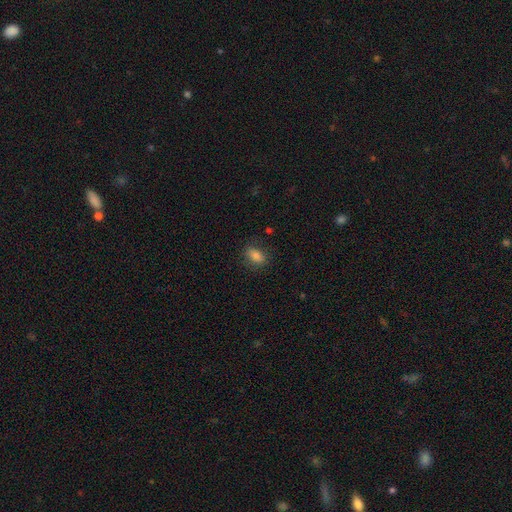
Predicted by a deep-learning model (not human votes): Smooth or featured: smooth — 81% (star or artifact — 10%)
How rounded: in between — 83% (round — 14%)
Merging: none — 80% (minor disturbance — 15%)